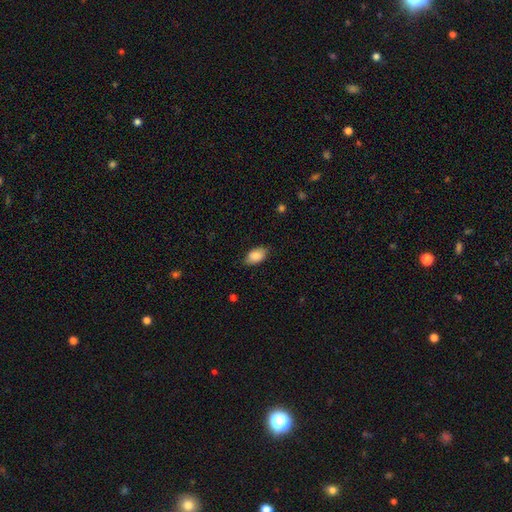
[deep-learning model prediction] This appears to be a smooth galaxy with no disk features (87%) that is in between round and cigar-shaped (93%). Merging: none (83%).